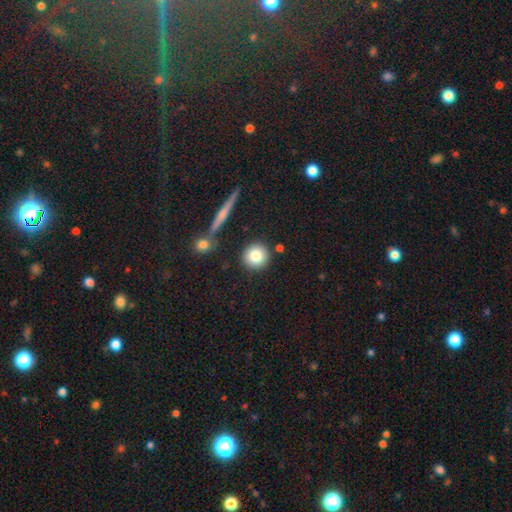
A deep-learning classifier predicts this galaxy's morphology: smooth-or-featured: smooth: 82% | featured or disk: 10% | star or artifact: 8%
  how-rounded: round: 91% | in between: 7% | cigar-shaped: 2%
  merging: none: 84% | minor disturbance: 8% | merger: 6% | major disturbance: 2%